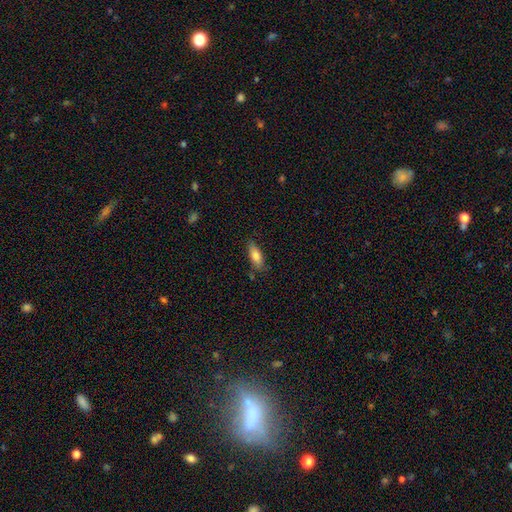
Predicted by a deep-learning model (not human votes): Q: Smooth or featured?
A: smooth (80%); runner-up: featured or disk (14%)
Q: How rounded?
A: in between (69%); runner-up: cigar-shaped (28%)
Q: Merging?
A: none (77%); runner-up: minor disturbance (16%)